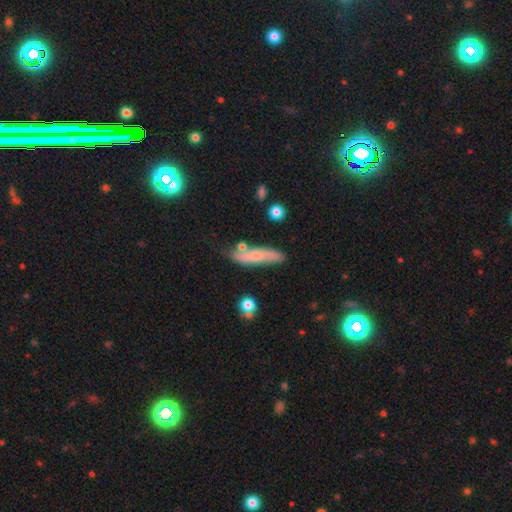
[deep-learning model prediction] A smooth galaxy with no disk features (46%, tied with featured or disk). Merging: none (69%).